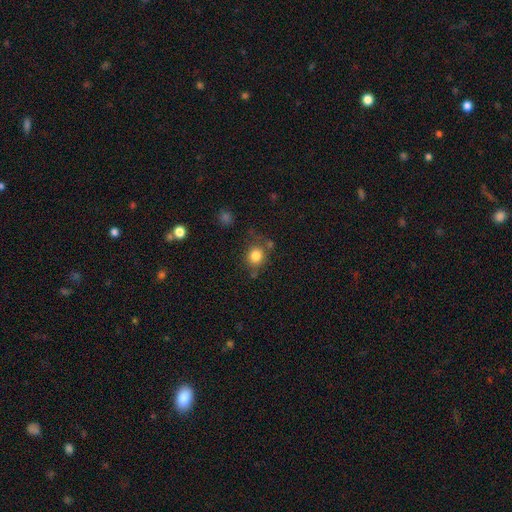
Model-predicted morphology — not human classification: This is clearly a smooth galaxy (82%). How rounded: likely round (78%). Merging: likely none (69%).